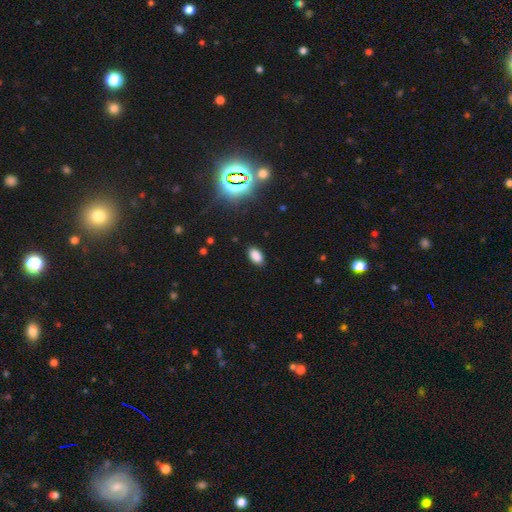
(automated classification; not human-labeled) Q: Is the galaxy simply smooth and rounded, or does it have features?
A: smooth — 83%.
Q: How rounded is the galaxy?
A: in between — 92%.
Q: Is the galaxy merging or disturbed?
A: none — 87%.